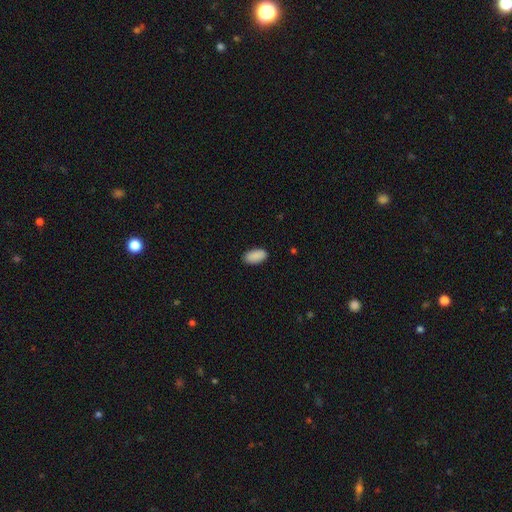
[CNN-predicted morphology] Smooth or featured: smooth — 90% (star or artifact — 6%)
How rounded: in between — 95% (cigar-shaped — 3%)
Merging: none — 88% (minor disturbance — 9%)